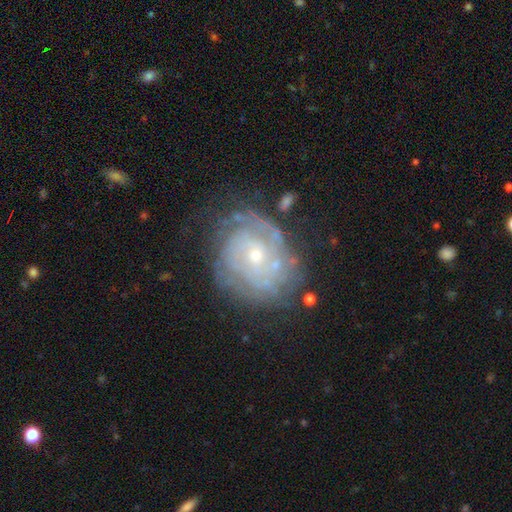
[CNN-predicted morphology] This is clearly a featured or disk galaxy (80%). It is clearly not viewed edge-on (97%). Bar: likely no (75%). Spiral arm pattern: clearly yes (88%). Spiral arm count: possibly can't tell (46%). Spiral winding: likely tight (71%). Central bulge: likely small (68%). Merging: likely none (62%).